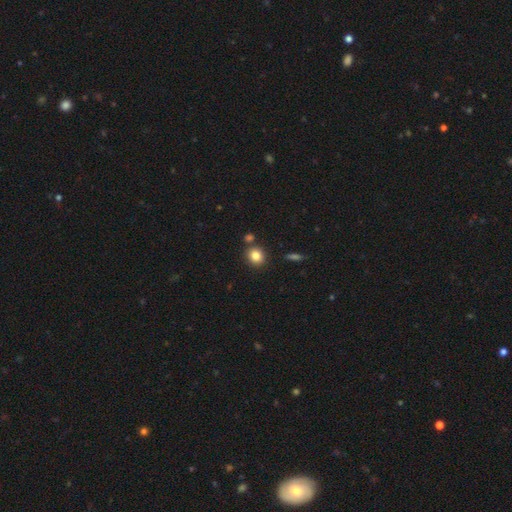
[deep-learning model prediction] smooth-or-featured: smooth: 83% | star or artifact: 10% | featured or disk: 7%
  how-rounded: round: 78% | in between: 21% | cigar-shaped: 1%
  merging: none: 79% | merger: 9% | minor disturbance: 9% | major disturbance: 3%